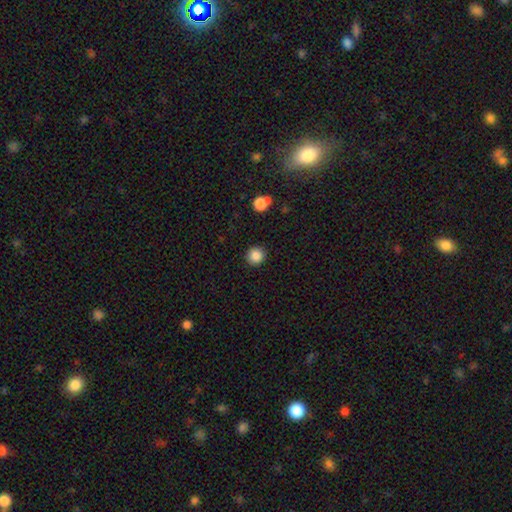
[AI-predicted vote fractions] This appears to be a smooth galaxy with no disk features (87%) that is round (93%). Merging: none (91%).